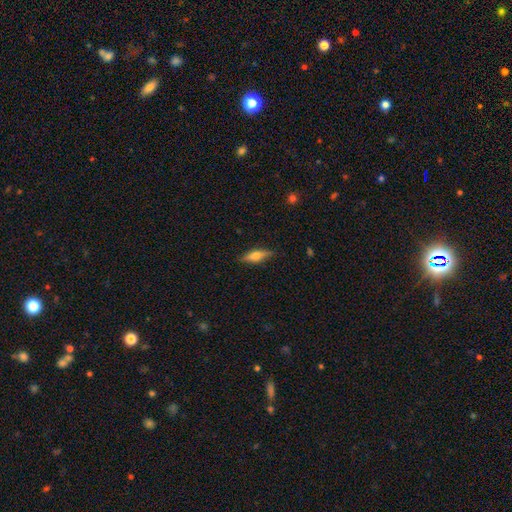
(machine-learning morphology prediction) A smooth galaxy with no disk features (50%). Merging: none (84%).